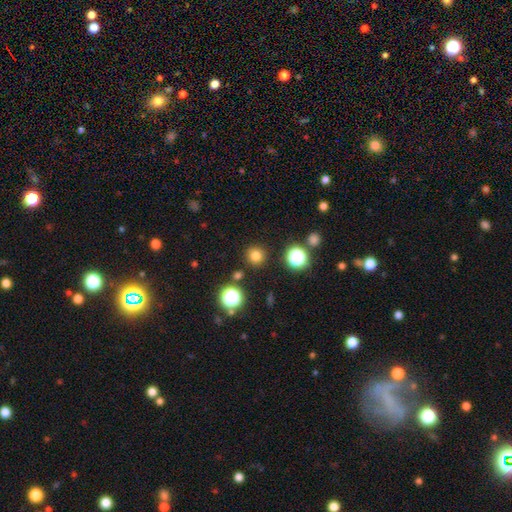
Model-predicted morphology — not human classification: smooth-or-featured: smooth: 77% | star or artifact: 18% | featured or disk: 5%
  how-rounded: round: 95% | in between: 4% | cigar-shaped: 1%
  merging: none: 89% | minor disturbance: 6% | merger: 3% | major disturbance: 2%